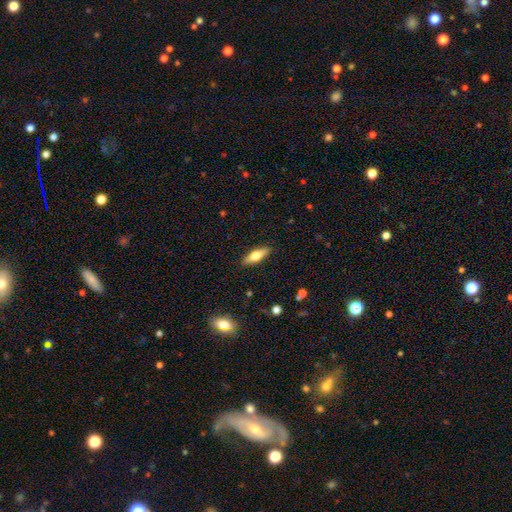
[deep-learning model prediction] Q: Smooth or featured?
A: smooth (57%); runner-up: featured or disk (37%)
Q: How rounded?
A: in between (50%); runner-up: cigar-shaped (48%)
Q: Merging?
A: none (89%); runner-up: minor disturbance (8%)